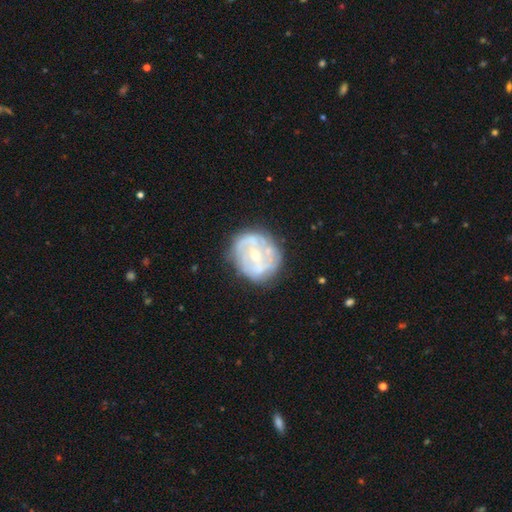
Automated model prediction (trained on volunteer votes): This appears to be a featured or disk galaxy (73%) with no bar (45%), spiral arms (58%) and a small central bulge (62%). Merging: none (68%).